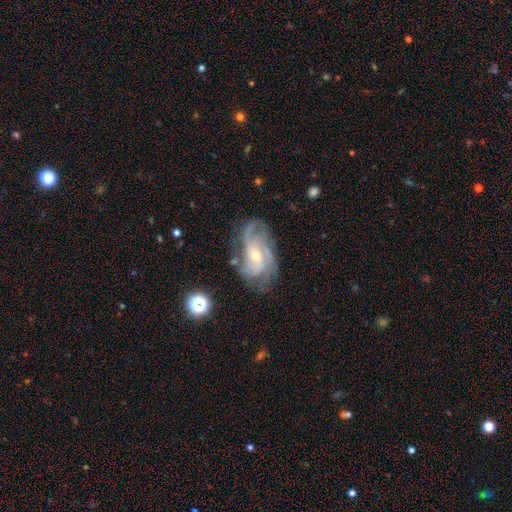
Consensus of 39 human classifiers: Overall: featured or disk (92%). Edge-on disk: no (100%). Bar: no (58%; weak 31%). Spiral arms: yes (100%). Spiral arm count: 3 (33%; can't tell 28%). Spiral winding: medium (53%; tight 33%). Bulge size: small (61%; moderate 39%). Merging: none (75%).